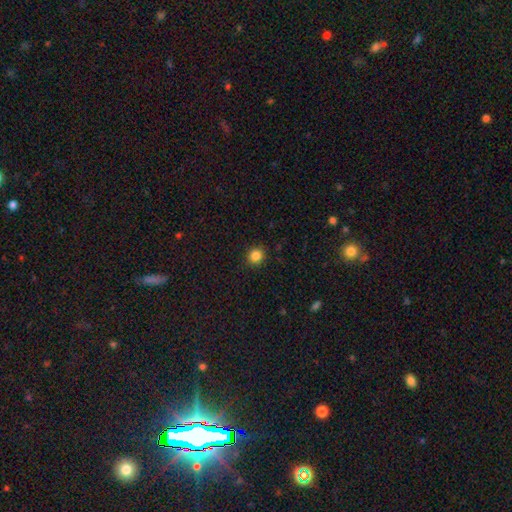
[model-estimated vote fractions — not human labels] Smooth or featured? smooth (85%)
How rounded? round (89%)
Merging? none (91%)